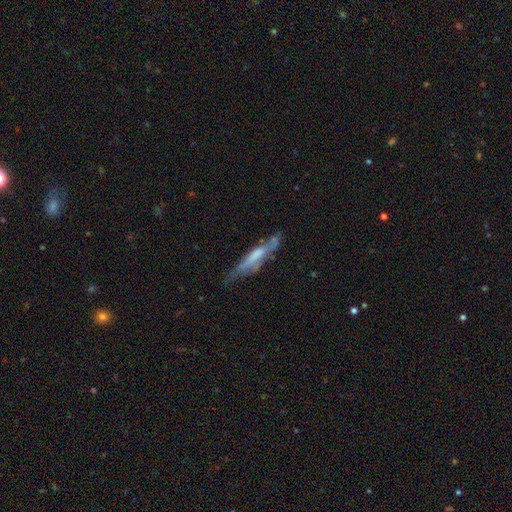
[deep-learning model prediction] This is possibly a featured or disk galaxy (55%). It is likely viewed edge-on (74%). Merging: possibly none (53%).